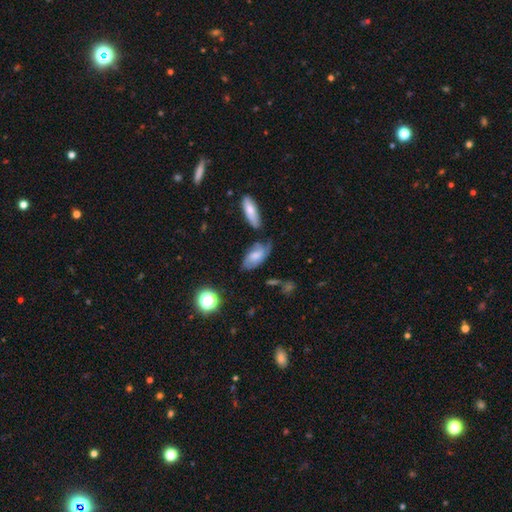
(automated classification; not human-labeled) smooth_or_featured: featured or disk (p=0.54) [alt: smooth p=0.37]
disk_edge_on: no (p=0.92) [alt: yes p=0.08]
merging: none (p=0.51) [alt: minor disturbance p=0.27]